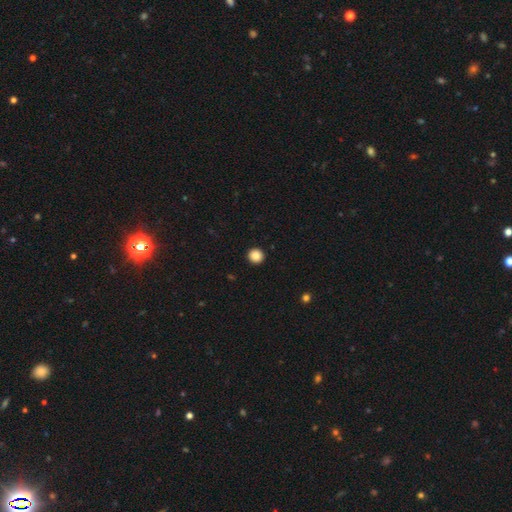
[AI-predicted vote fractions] smooth 88%, star or artifact 9%, featured or disk 3%. Down the decision tree: how rounded — round (93%); merging — none (93%).